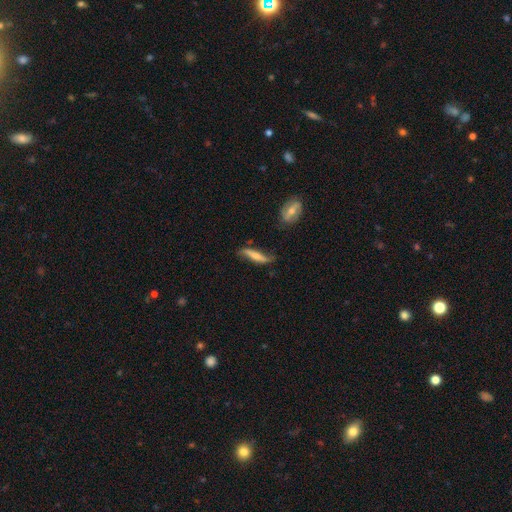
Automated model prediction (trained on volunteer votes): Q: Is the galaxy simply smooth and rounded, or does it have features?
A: featured or disk — 47%, tied with smooth.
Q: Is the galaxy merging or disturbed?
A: none — 64%.